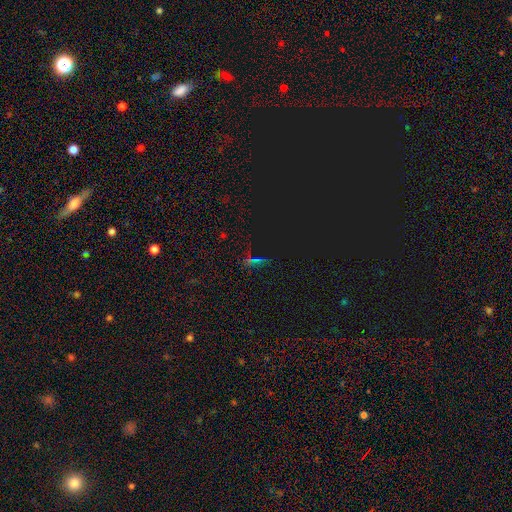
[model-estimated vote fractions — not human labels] Smooth or featured? star or artifact (65%)